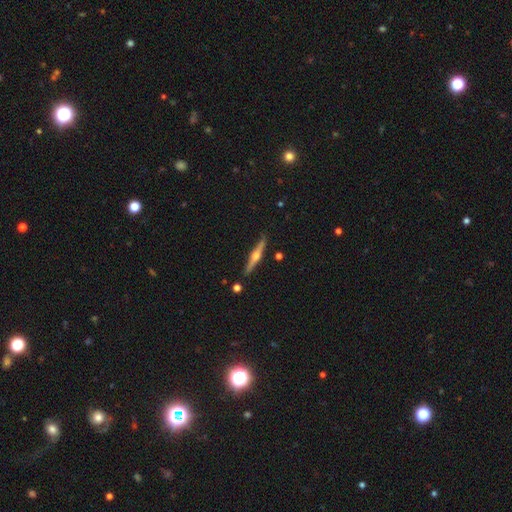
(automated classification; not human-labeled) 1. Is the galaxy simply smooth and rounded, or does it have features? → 76% featured or disk, 18% smooth, 6% star or artifact.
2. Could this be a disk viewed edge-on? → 98% yes, 2% no.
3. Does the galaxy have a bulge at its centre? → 94% rounded, 3% boxy, 3% none.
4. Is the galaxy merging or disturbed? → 89% none, 8% minor disturbance, 2% merger, 2% major disturbance.